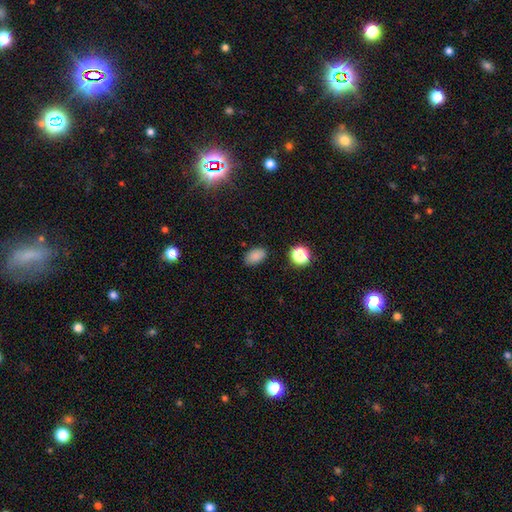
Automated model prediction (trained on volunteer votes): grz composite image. It shows a smooth galaxy with no disk features (83%) that is in between round and cigar-shaped (88%). Merging: none (85%).